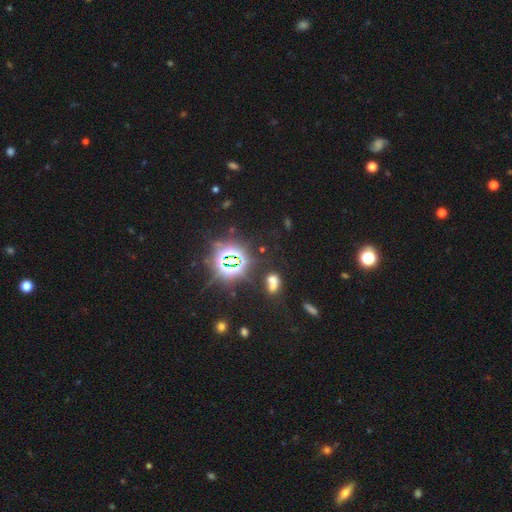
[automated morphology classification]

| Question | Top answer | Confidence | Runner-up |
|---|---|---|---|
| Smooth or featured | star or artifact | 84% | smooth (10%) |